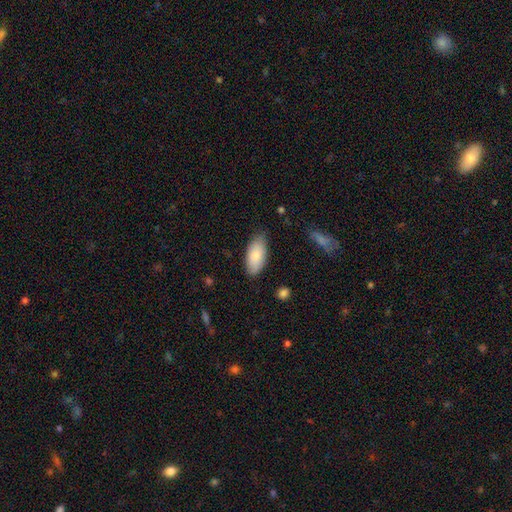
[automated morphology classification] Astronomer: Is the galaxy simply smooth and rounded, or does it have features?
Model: smooth — 82%.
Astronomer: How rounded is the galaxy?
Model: in between — 91%.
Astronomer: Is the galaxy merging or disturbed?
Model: none — 80%.